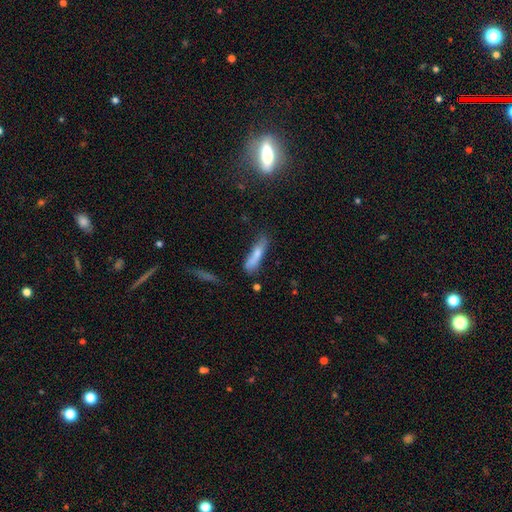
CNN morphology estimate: smooth-or-featured: smooth: 71% | featured or disk: 22% | star or artifact: 8%
  how-rounded: cigar-shaped: 73% | in between: 25% | round: 2%
  merging: none: 50% | minor disturbance: 27% | major disturbance: 12% | merger: 11%